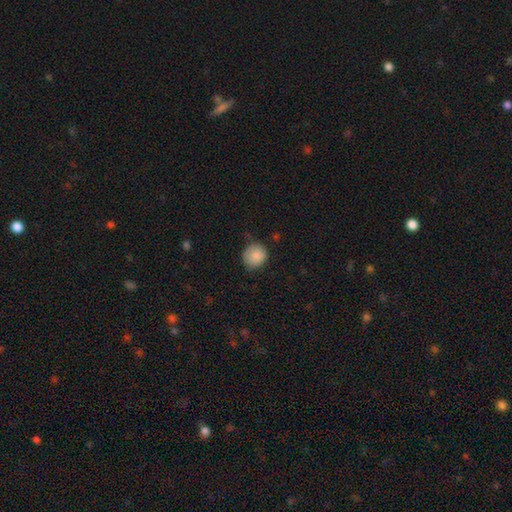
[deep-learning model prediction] This is clearly a smooth galaxy (87%). How rounded: clearly round (82%). Merging: likely none (71%).